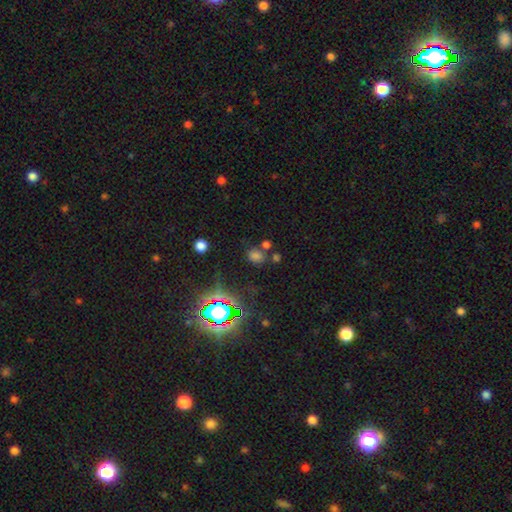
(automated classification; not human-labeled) A smooth galaxy with no disk features (57%) that is round (58%). Merging: none (69%).